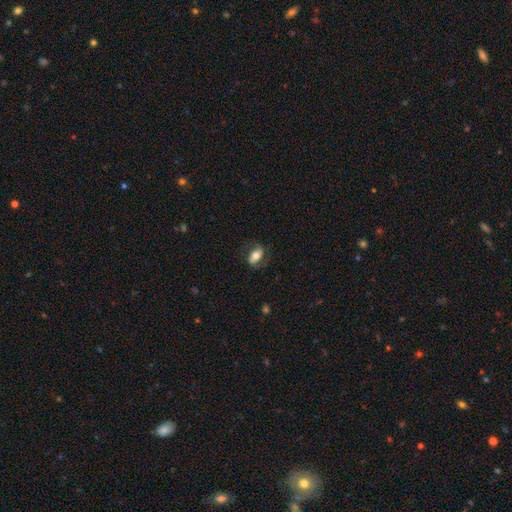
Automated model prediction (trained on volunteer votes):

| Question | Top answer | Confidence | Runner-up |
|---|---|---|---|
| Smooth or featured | smooth | 52% | featured or disk (41%) |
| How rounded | in between | 86% | round (10%) |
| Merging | none | 70% | minor disturbance (18%) |